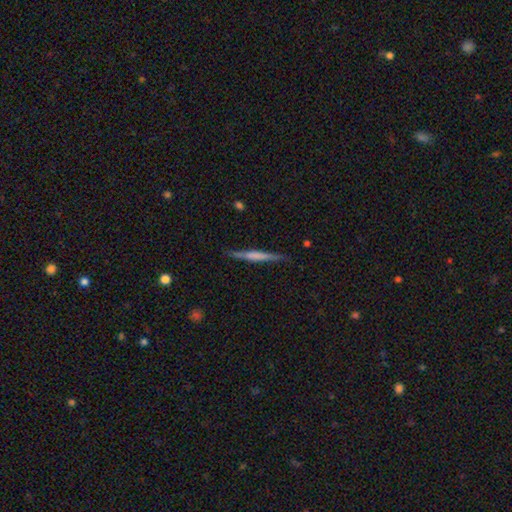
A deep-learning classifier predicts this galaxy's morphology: This is possibly a featured or disk galaxy (52%). It is clearly viewed edge-on (97%). Merging: clearly none (83%).